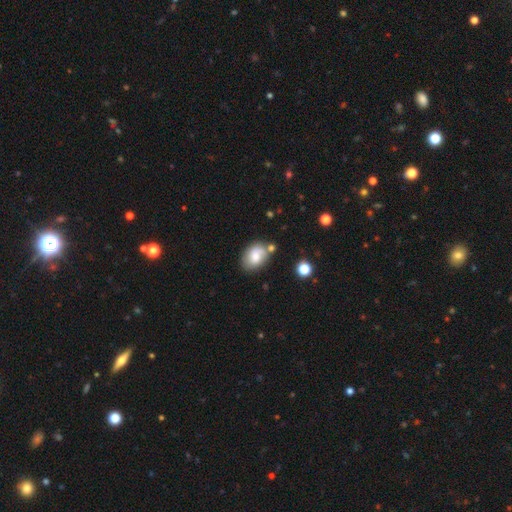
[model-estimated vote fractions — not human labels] Smooth or featured? smooth (67%)
How rounded? in between (78%)
Merging? none (63%)